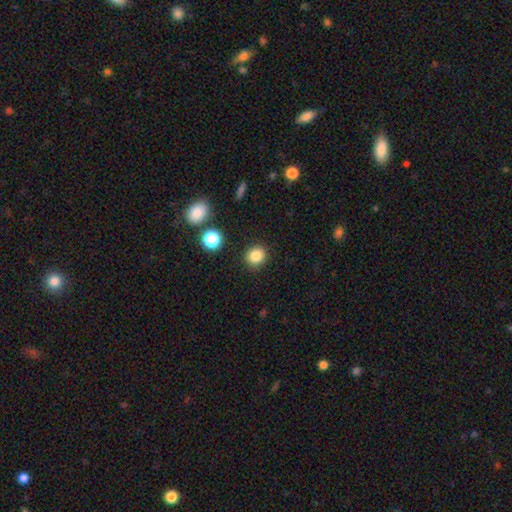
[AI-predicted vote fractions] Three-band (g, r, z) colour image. It shows a smooth galaxy with no disk features (83%) that is round (84%). Merging: none (88%).